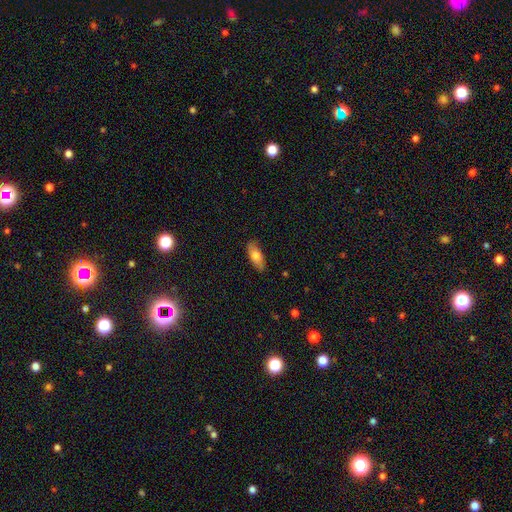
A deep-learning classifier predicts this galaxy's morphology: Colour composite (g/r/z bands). It shows a smooth galaxy with no disk features (73%) that is in between round and cigar-shaped (76%). Merging: none (85%).